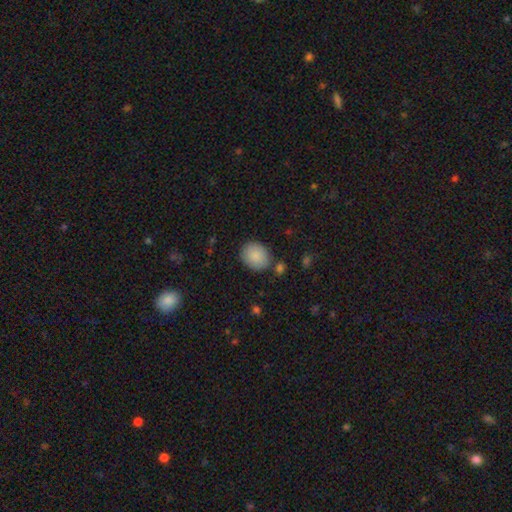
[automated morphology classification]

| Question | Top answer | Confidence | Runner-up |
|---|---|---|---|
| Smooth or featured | smooth | 88% | star or artifact (7%) |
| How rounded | round | 58% | in between (41%) |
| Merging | none | 79% | minor disturbance (12%) |